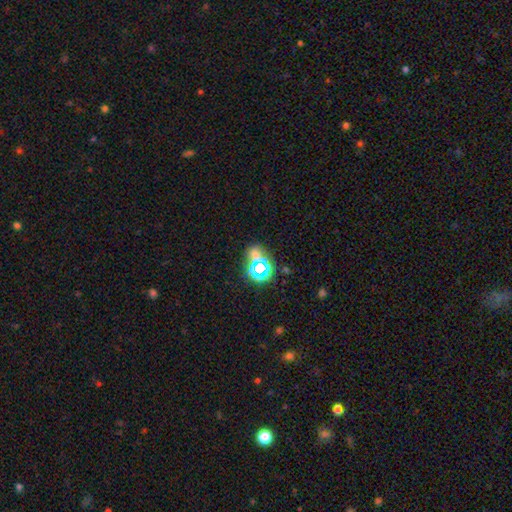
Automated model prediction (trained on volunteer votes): A star or artifact, not a galaxy (53%).